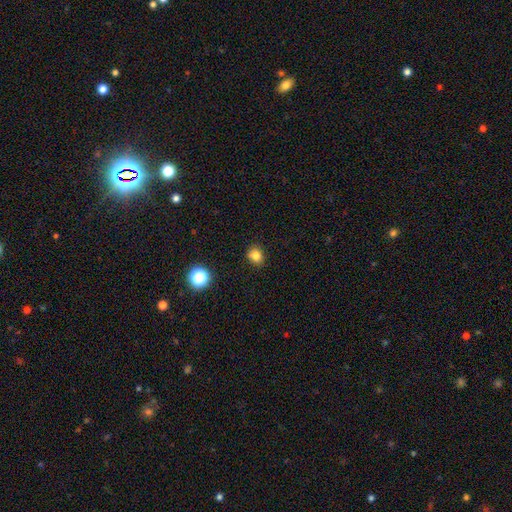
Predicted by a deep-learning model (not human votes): This appears to be a smooth galaxy with no disk features (80%) that is round (63%). Merging: none (82%).